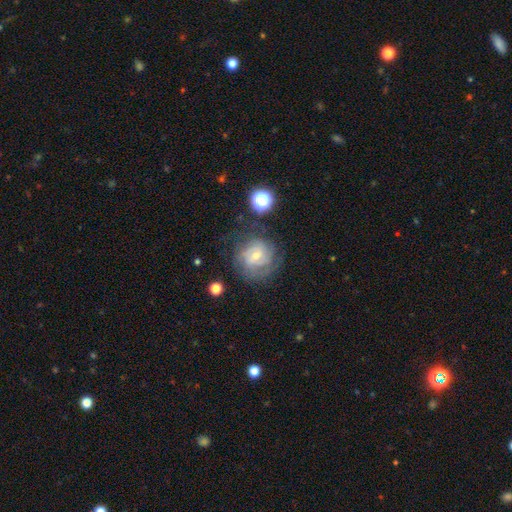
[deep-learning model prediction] featured or disk 62%, smooth 28%, star or artifact 10%. Down the decision tree: edge-on disk — no (97%); bar — no (49%); spiral arms — yes (82%); bulge size — small (57%); merging — none (61%).